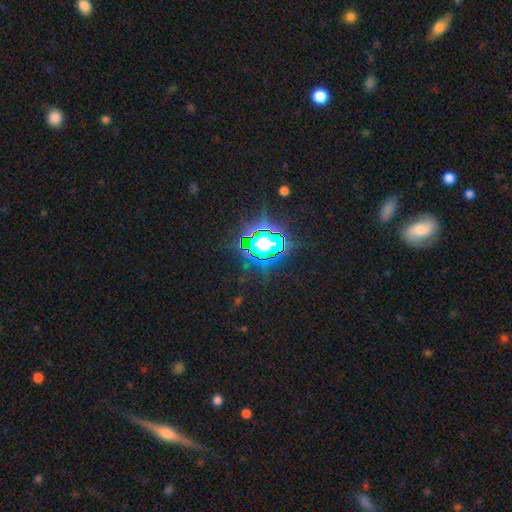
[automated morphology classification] Smooth or featured? Predicted: star or artifact (p=0.79).